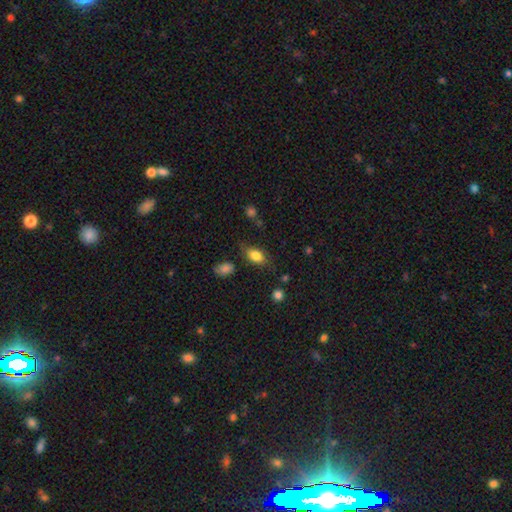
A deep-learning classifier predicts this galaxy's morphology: smooth 82%, featured or disk 9%, star or artifact 9%. Down the decision tree: how rounded — in between (86%); merging — none (71%).